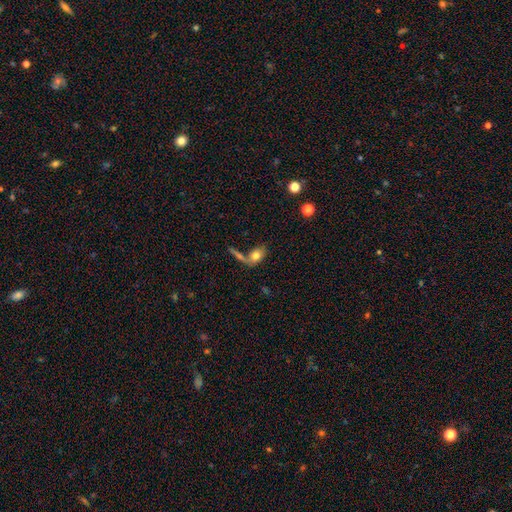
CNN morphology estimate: The model was most divided on "merging": none: 39%, merger: 37%, minor disturbance: 12%, major disturbance: 12%. More confident: how rounded — in between (78%); smooth or featured — smooth (73%).